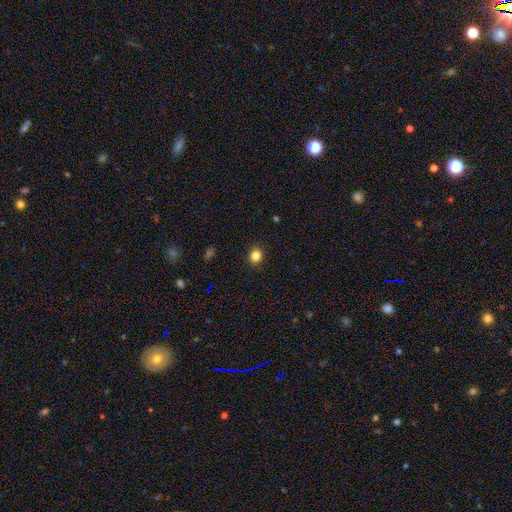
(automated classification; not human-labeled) Overall: smooth (83%). How rounded: round (75%). Merging: none (90%).